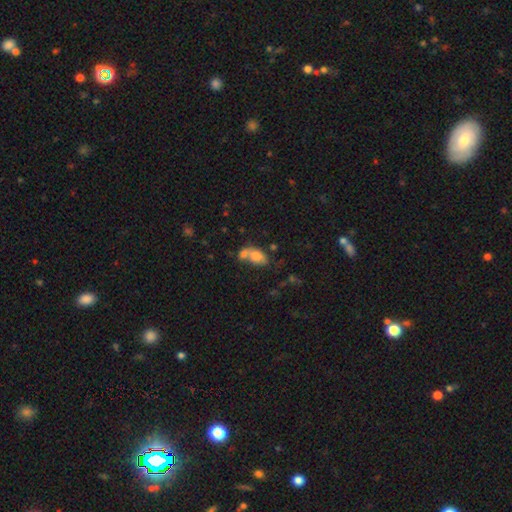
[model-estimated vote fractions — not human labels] This appears to be a smooth galaxy with no disk features (74%) that is in between round and cigar-shaped (83%). Merging: merger (56%).